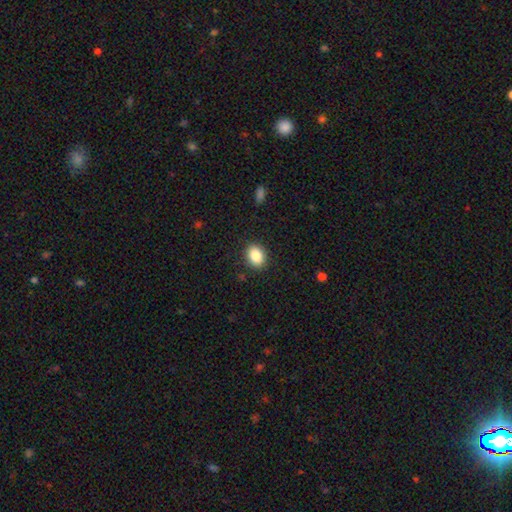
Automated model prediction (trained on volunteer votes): The model was most divided on "how rounded": in between: 64%, round: 35%, cigar-shaped: 1%. More confident: merging — none (89%); smooth or featured — smooth (86%).